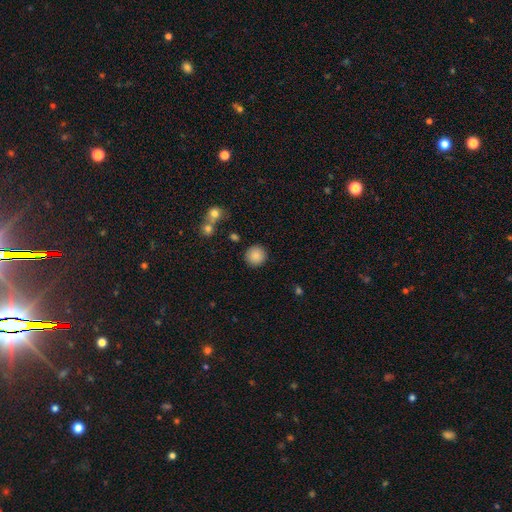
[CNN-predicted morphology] Smooth or featured? smooth (87%)
How rounded? round (95%)
Merging? none (90%)